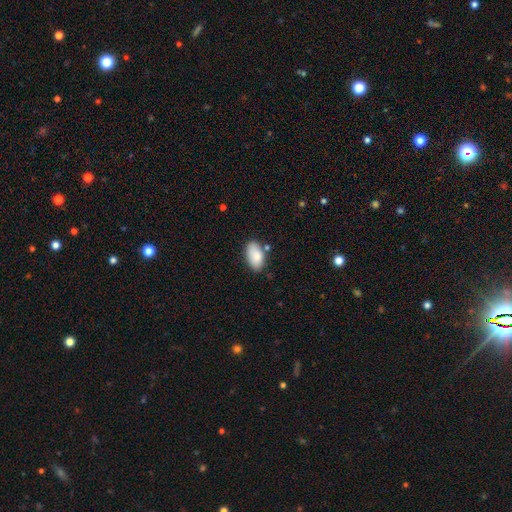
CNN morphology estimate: A smooth galaxy with no disk features (84%) that is in between round and cigar-shaped (94%). Merging: none (74%).